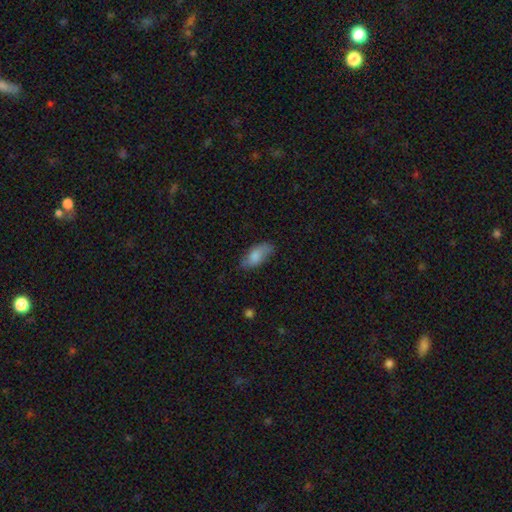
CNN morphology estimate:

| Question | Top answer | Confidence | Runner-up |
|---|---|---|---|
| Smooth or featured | smooth | 79% | featured or disk (14%) |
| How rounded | in between | 87% | cigar-shaped (10%) |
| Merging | none | 71% | minor disturbance (22%) |